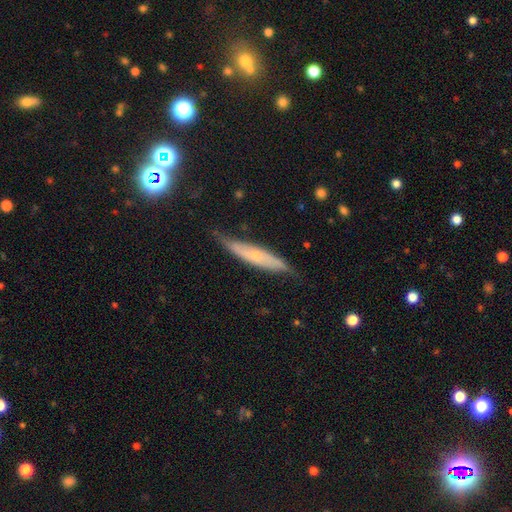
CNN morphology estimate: This is possibly a featured or disk galaxy (56%). It is likely viewed edge-on (68%). Merging: likely none (66%).